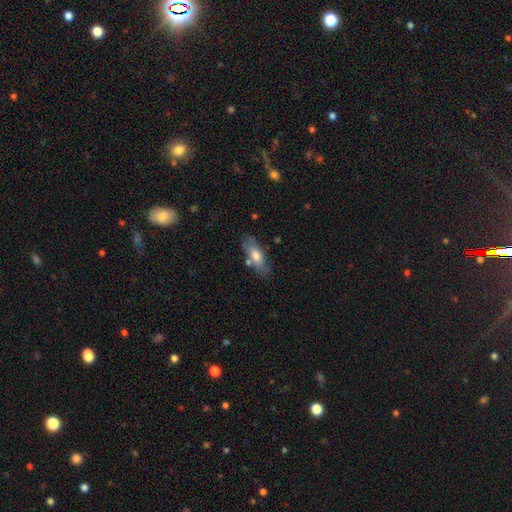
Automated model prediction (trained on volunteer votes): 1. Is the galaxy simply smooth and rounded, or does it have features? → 68% smooth, 26% featured or disk, 6% star or artifact.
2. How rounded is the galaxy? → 67% in between, 30% cigar-shaped, 3% round.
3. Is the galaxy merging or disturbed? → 71% none, 17% minor disturbance, 8% merger, 4% major disturbance.